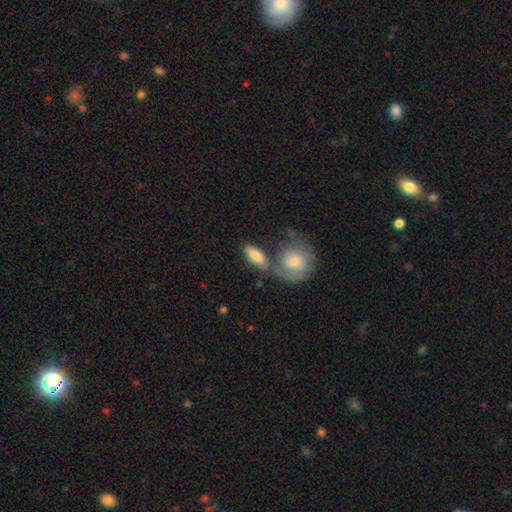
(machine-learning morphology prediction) Smooth or featured? smooth (72%)
How rounded? in between (73%)
Merging? none (47%)